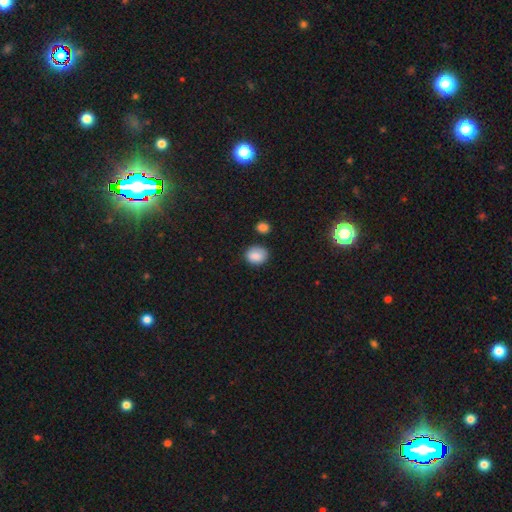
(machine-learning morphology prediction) A smooth galaxy with no disk features (88%) that is round (57%). Merging: none (77%).